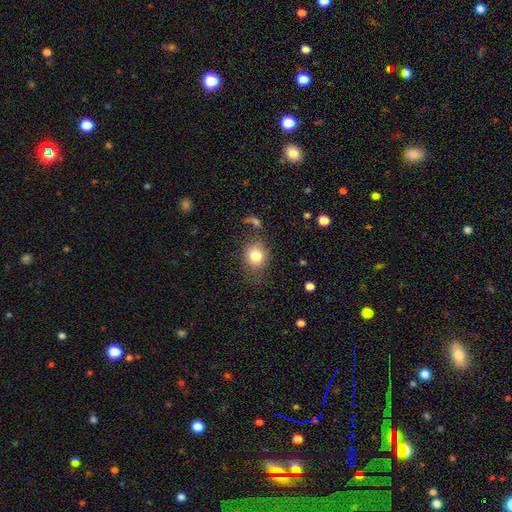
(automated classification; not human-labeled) smooth 81%, star or artifact 10%, featured or disk 9%. Down the decision tree: how rounded — round (62%); merging — none (70%).